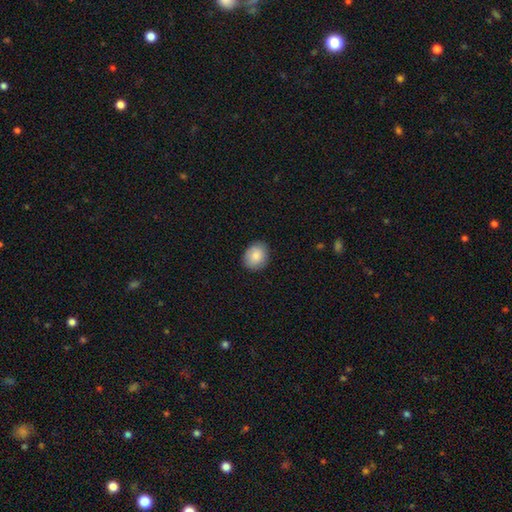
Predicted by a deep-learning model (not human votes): Smooth or featured: smooth — 86% (star or artifact — 7%)
How rounded: round — 56% (in between — 44%)
Merging: none — 87% (minor disturbance — 10%)